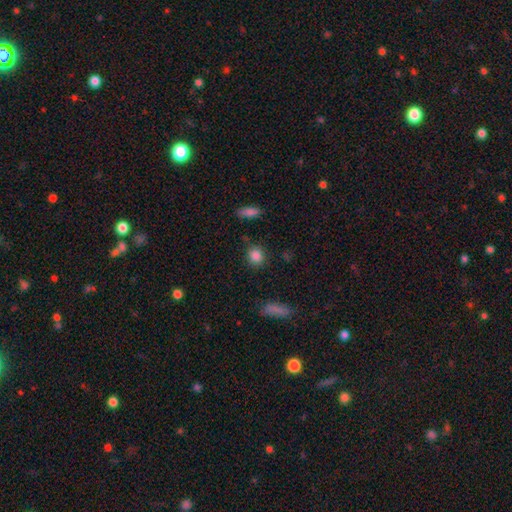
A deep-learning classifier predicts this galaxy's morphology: Smooth or featured?
  - smooth: 86% *
  - star or artifact: 10%
  - featured or disk: 5%
How rounded?
  - round: 78% *
  - in between: 21%
  - cigar-shaped: 2%
Merging?
  - none: 86% *
  - minor disturbance: 9%
  - major disturbance: 3%
  - merger: 3%